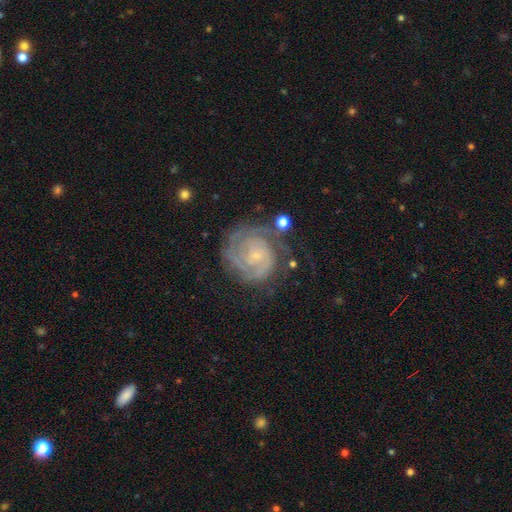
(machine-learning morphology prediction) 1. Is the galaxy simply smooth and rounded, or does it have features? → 83% featured or disk, 10% smooth, 7% star or artifact.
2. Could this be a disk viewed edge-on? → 98% no, 2% yes.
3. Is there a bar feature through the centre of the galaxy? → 69% no, 26% weak, 5% strong.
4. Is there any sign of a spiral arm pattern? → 95% yes, 5% no.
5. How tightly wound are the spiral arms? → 71% tight, 24% medium, 6% loose.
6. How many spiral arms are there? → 33% can't tell, 24% 2, 22% 3, 9% 4, 6% 1, 6% more than 4.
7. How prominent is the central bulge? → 80% small, 12% moderate, 6% none, 1% large, 1% dominant.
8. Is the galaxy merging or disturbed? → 61% none, 20% minor disturbance, 15% major disturbance, 4% merger.